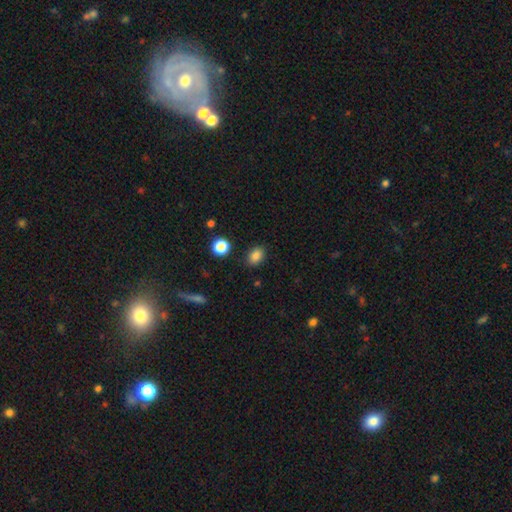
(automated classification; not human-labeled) smooth-or-featured: smooth: 85% | star or artifact: 11% | featured or disk: 5%
  how-rounded: in between: 73% | round: 26% | cigar-shaped: 1%
  merging: none: 87% | minor disturbance: 8% | major disturbance: 3% | merger: 2%